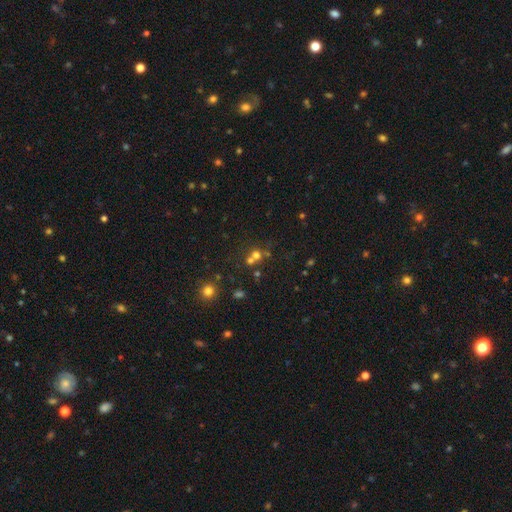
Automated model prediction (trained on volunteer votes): Overall: smooth (56%; star or artifact 29%). How rounded: round (85%). Merging: none (48%; merger 41%).